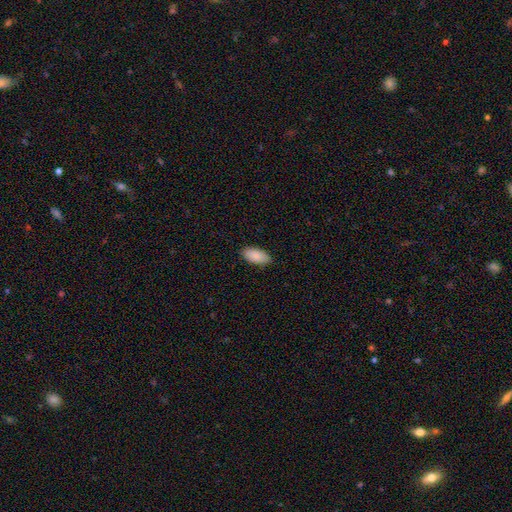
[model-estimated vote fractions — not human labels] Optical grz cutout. It shows a smooth galaxy with no disk features (89%) that is in between round and cigar-shaped (94%). Merging: none (86%).